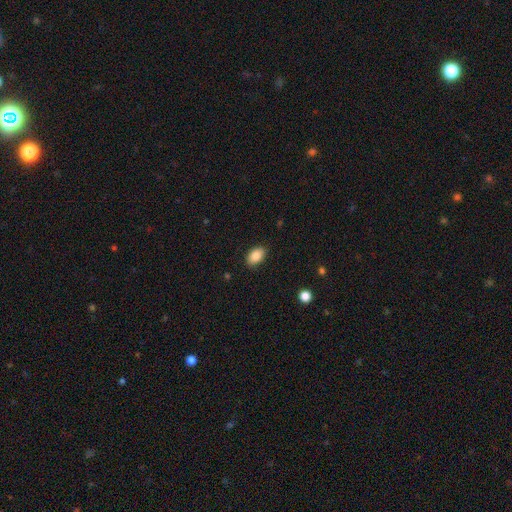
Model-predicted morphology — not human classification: The model was most divided on "merging": none: 87%, minor disturbance: 9%, major disturbance: 2%, merger: 1%. More confident: how rounded — in between (91%); smooth or featured — smooth (87%).